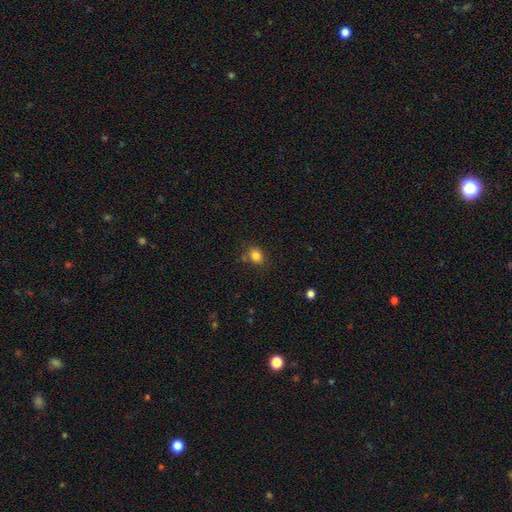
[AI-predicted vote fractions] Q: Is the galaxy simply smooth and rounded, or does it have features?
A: smooth — 83%.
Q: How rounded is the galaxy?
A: round — 58%.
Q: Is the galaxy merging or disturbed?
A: none — 75%.